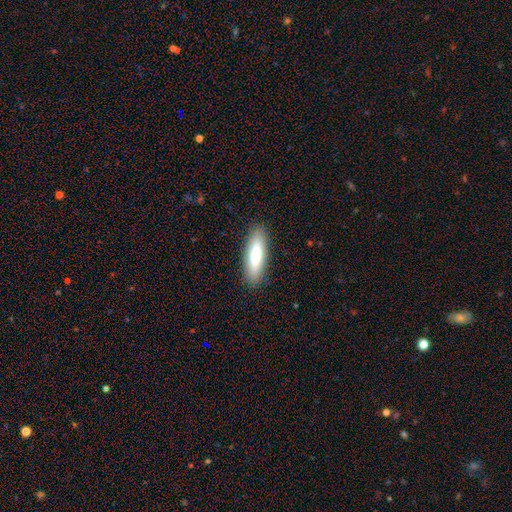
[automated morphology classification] smooth-or-featured: smooth: 67% | featured or disk: 27% | star or artifact: 6%
  how-rounded: cigar-shaped: 59% | in between: 39% | round: 2%
  merging: none: 89% | minor disturbance: 8% | major disturbance: 2% | merger: 1%